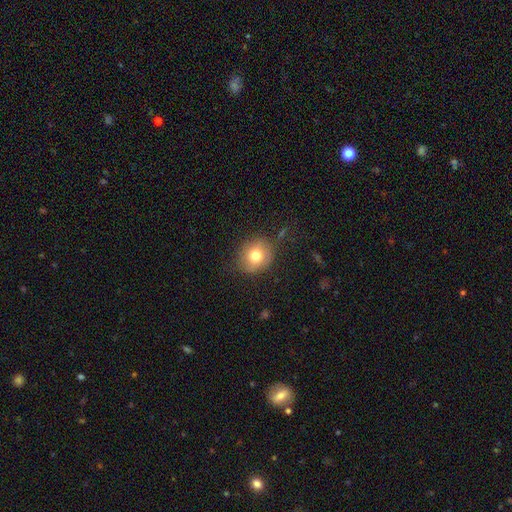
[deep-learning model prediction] A smooth galaxy with no disk features (76%) that is round (77%).

Vote fractions:
- Smooth or featured? smooth: 76% / featured or disk: 13% / star or artifact: 10%
- How rounded? round: 77% / in between: 22% / cigar-shaped: 1%
- Merging? none: 78% / minor disturbance: 16% / major disturbance: 4% / merger: 2%